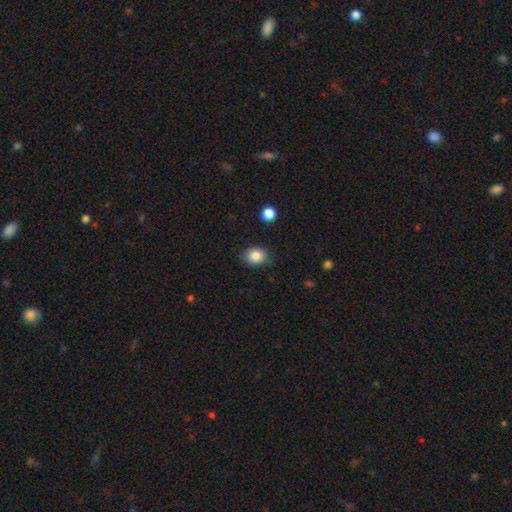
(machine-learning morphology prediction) type=smooth (85%); roundness=in between (53%); merging=none (83%).